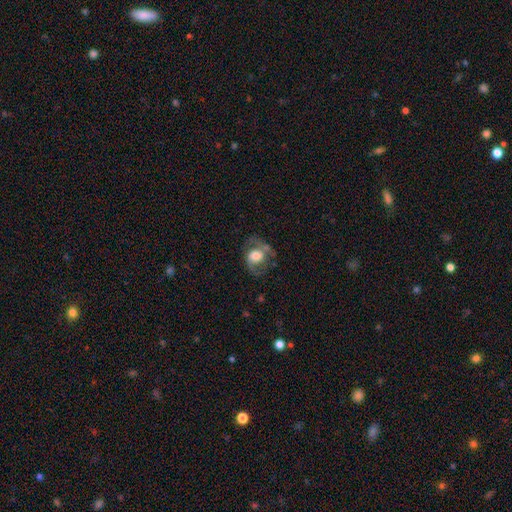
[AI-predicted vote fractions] Smooth or featured: featured or disk — 55% (smooth — 38%)
Edge-on disk: no — 95% (yes — 5%)
Bar: no — 64% (weak — 27%)
Spiral arms: yes — 67% (no — 33%)
Bulge size: large — 43% (moderate — 40%)
Merging: none — 59% (minor disturbance — 21%)